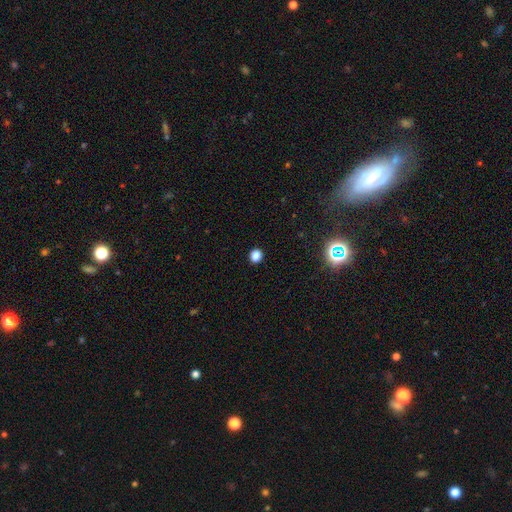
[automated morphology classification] smooth 84%, star or artifact 13%, featured or disk 3%. Down the decision tree: how rounded — round (81%); merging — none (92%).